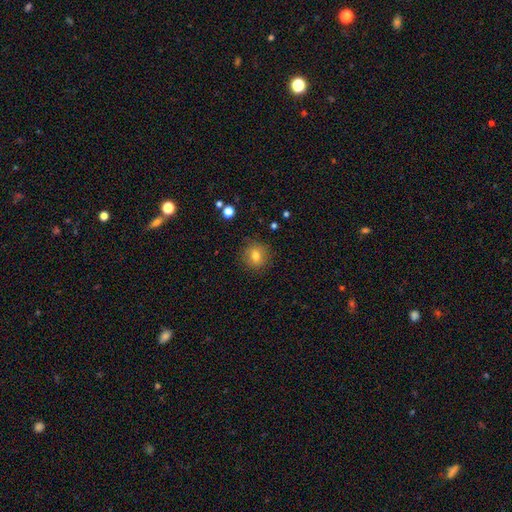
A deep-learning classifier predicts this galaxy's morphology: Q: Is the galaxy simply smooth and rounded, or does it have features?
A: smooth — 78%.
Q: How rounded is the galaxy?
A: round — 85%.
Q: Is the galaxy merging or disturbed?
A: none — 87%.